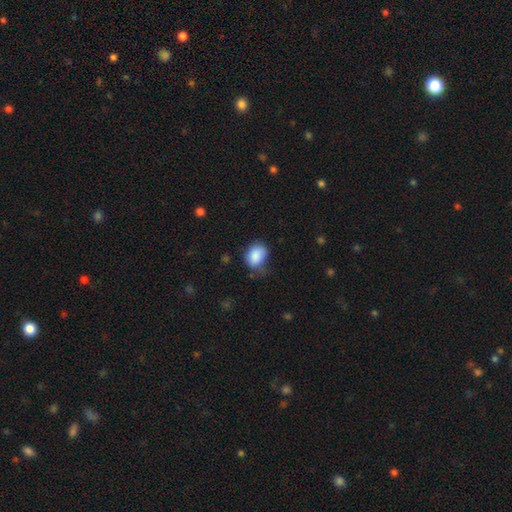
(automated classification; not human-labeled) This appears to be a smooth galaxy with no disk features (87%) that is in between round and cigar-shaped (63%). Merging: none (56%).